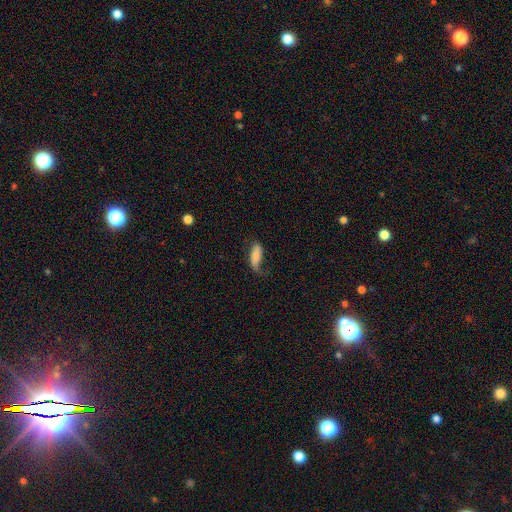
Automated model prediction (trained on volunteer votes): smooth_or_featured: smooth (p=0.72) [alt: featured or disk p=0.21]
how_rounded: in between (p=0.66) [alt: cigar-shaped p=0.32]
merging: none (p=0.45) [alt: minor disturbance p=0.33]